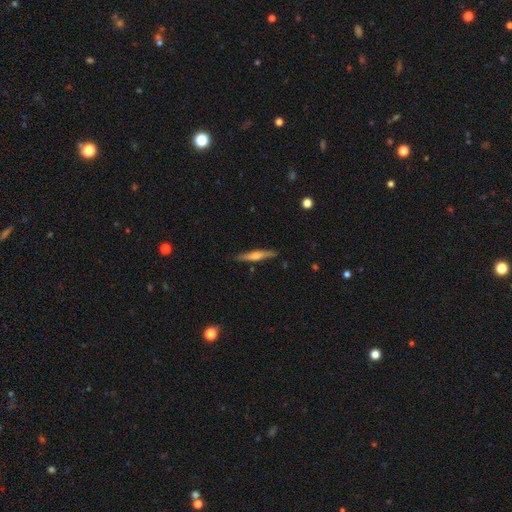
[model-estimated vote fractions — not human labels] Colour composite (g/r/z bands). It shows a featured or disk galaxy (52%) viewed edge-on (95%). Merging: none (87%).